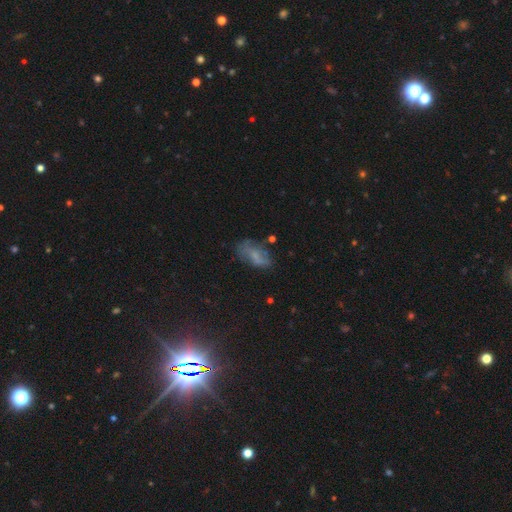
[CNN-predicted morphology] Smooth or featured?
  - smooth: 52% *
  - featured or disk: 34%
  - star or artifact: 14%
How rounded?
  - in between: 87% *
  - cigar-shaped: 8%
  - round: 5%
Merging?
  - none: 55% *
  - minor disturbance: 27%
  - major disturbance: 14%
  - merger: 4%